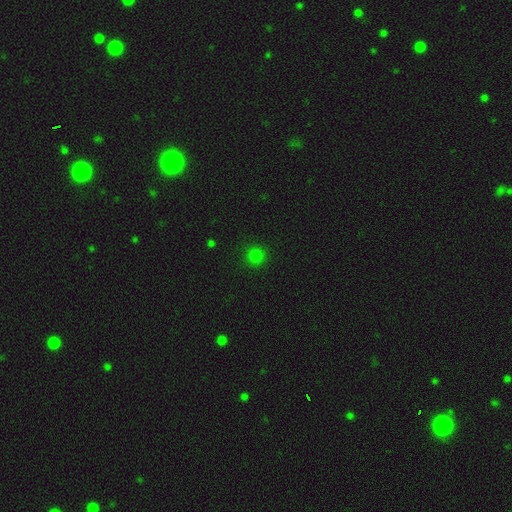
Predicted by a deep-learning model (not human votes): Smooth or featured? smooth (78%)
How rounded? round (94%)
Merging? none (91%)